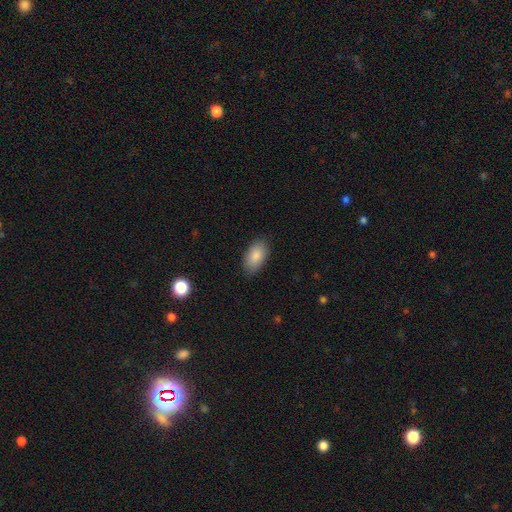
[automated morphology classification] Smooth or featured?
  - smooth: 86% *
  - star or artifact: 7%
  - featured or disk: 7%
How rounded?
  - in between: 94% *
  - round: 4%
  - cigar-shaped: 2%
Merging?
  - none: 84% *
  - minor disturbance: 12%
  - major disturbance: 3%
  - merger: 1%